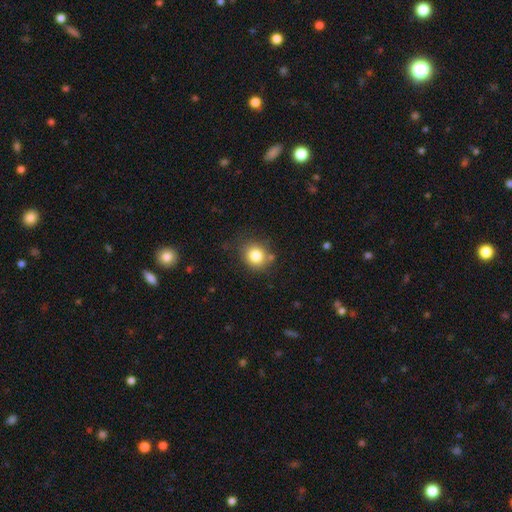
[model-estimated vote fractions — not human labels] Smooth or featured? smooth (81%)
How rounded? round (79%)
Merging? none (78%)